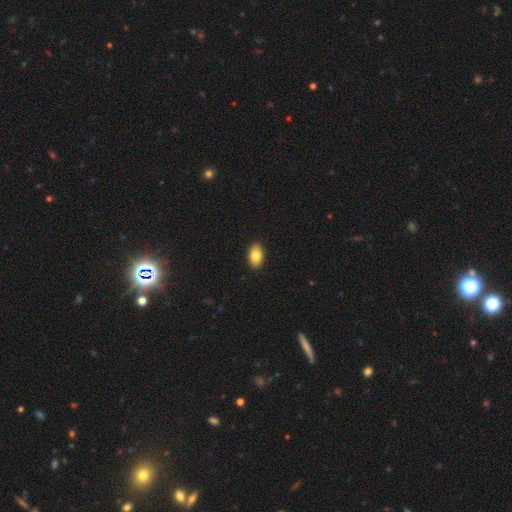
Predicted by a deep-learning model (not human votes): Smooth or featured? Predicted: smooth (p=0.83). How rounded? Predicted: in between (p=0.92). Merging? Predicted: none (p=0.91).